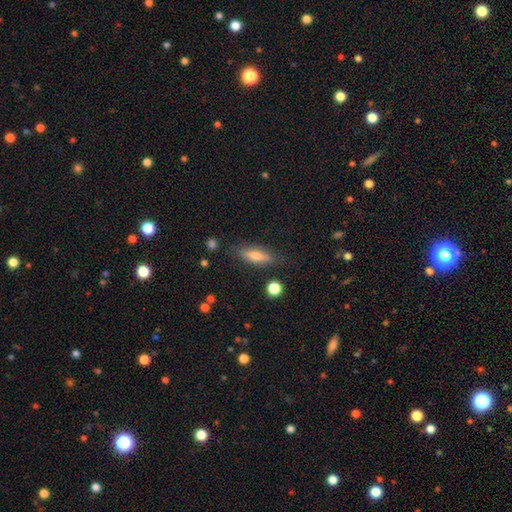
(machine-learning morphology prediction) Smooth or featured? Predicted: smooth (p=0.49). Merging? Predicted: none (p=0.84).